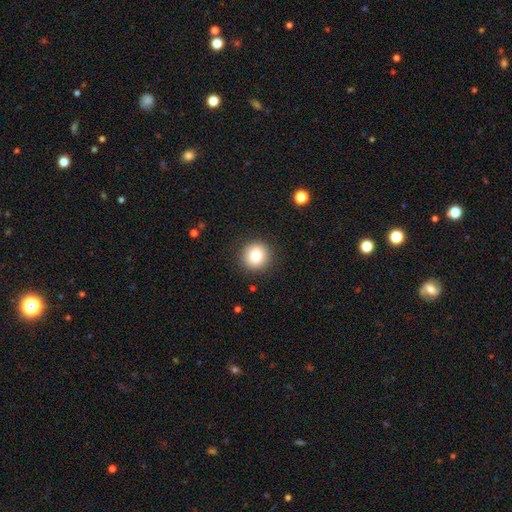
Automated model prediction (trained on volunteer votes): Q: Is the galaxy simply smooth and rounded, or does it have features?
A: smooth — 85%.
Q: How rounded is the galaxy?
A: round — 91%.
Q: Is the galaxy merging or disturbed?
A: none — 89%.